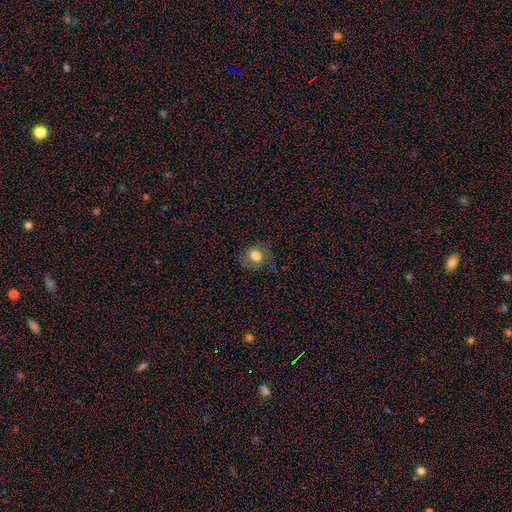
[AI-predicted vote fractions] Overall: smooth (66%). How rounded: round (61%; in between 38%). Merging: none (73%).